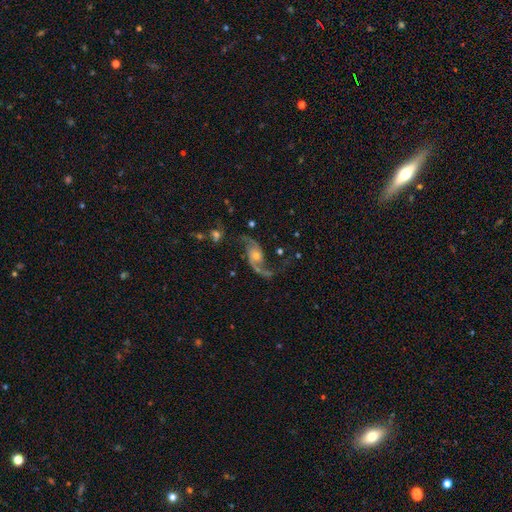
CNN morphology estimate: Smooth or featured? Predicted: featured or disk (p=0.90). Edge-on disk? Predicted: no (p=0.97). Bar? Predicted: no (p=0.67). Spiral arms? Predicted: yes (p=0.97). Spiral winding? Predicted: loose (p=0.72). Spiral arm count? Predicted: 2 (p=0.93). Bulge size? Predicted: moderate (p=0.48). Merging? Predicted: none (p=0.68).